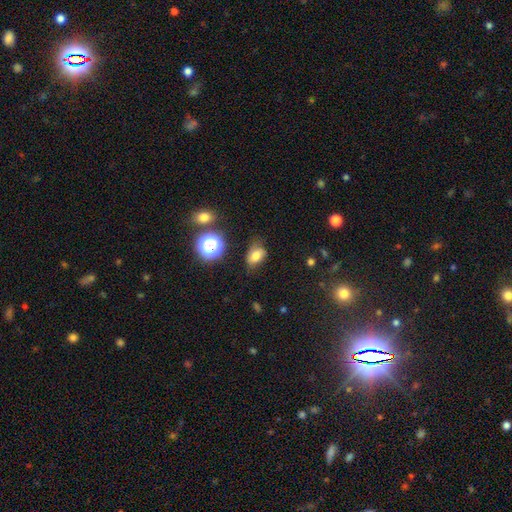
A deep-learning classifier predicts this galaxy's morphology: This appears to be a smooth galaxy with no disk features (72%) that is in between round and cigar-shaped (78%). Merging: none (62%).